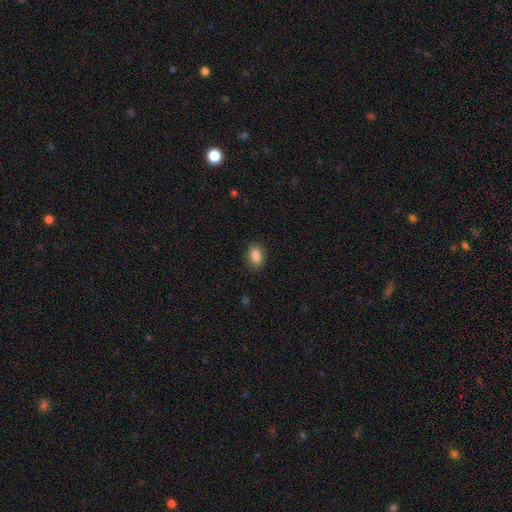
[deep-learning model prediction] Smooth or featured? smooth (87%)
How rounded? in between (86%)
Merging? none (87%)